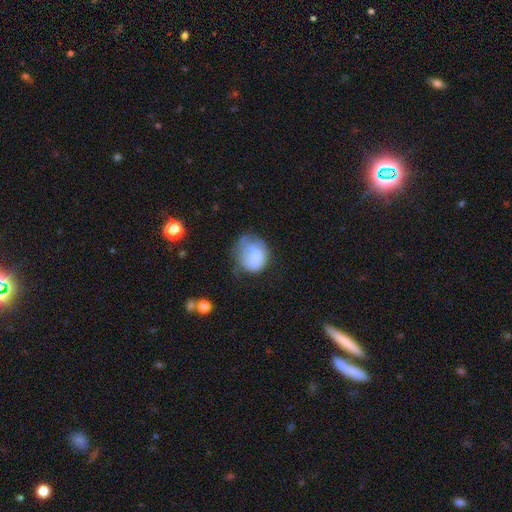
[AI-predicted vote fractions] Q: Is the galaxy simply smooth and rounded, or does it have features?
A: smooth — 70%.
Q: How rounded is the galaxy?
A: round — 57%.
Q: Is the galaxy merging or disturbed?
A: minor disturbance — 35%.